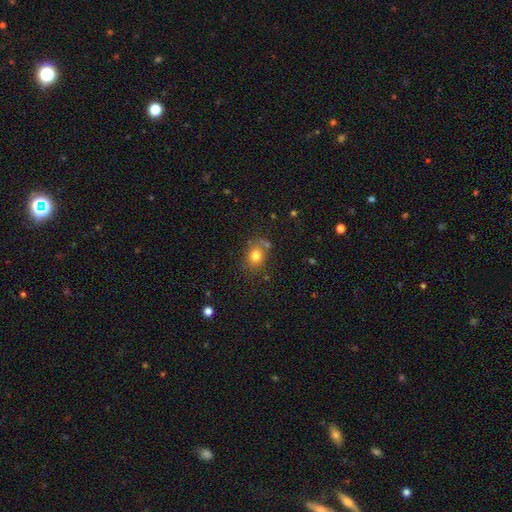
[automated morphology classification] This is likely a smooth galaxy (78%). How rounded: possibly round (55%). Merging: likely none (68%).